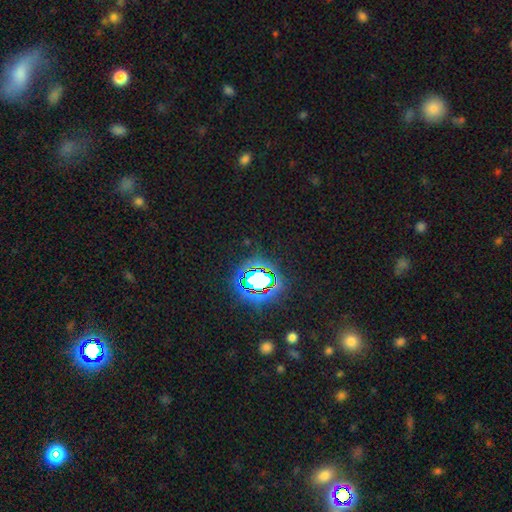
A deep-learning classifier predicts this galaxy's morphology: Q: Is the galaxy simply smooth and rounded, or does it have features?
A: star or artifact — 78%.